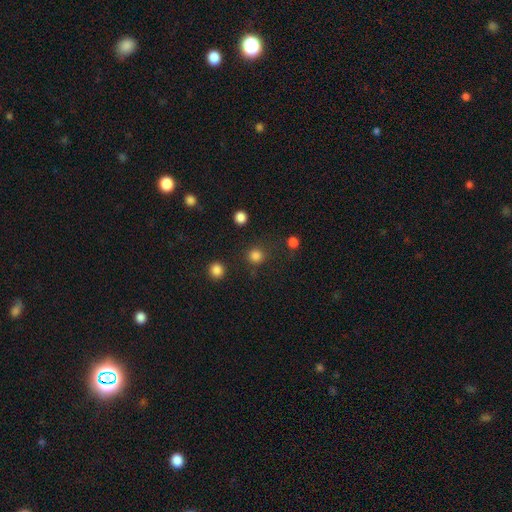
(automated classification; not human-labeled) Overall: smooth (82%). How rounded: round (92%). Merging: none (83%).